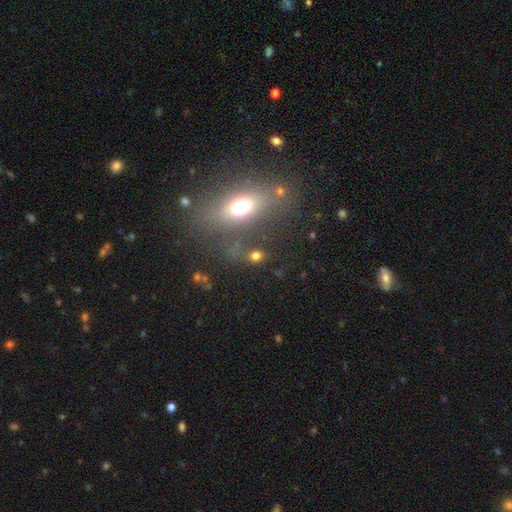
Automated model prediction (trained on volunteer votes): Overall: smooth (68%). How rounded: round (58%; in between 38%). Merging: none (68%).